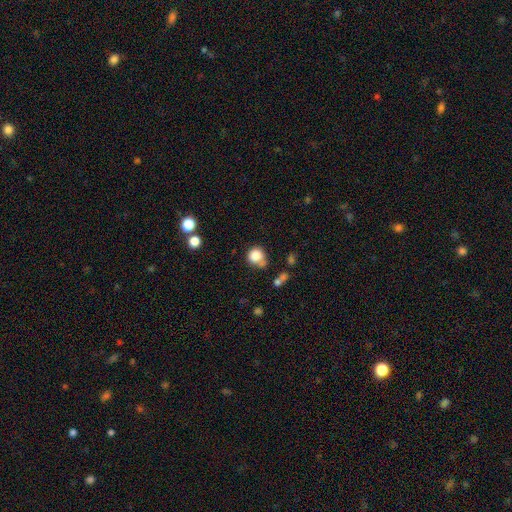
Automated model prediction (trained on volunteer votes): Smooth or featured? smooth (83%)
How rounded? round (83%)
Merging? none (52%)